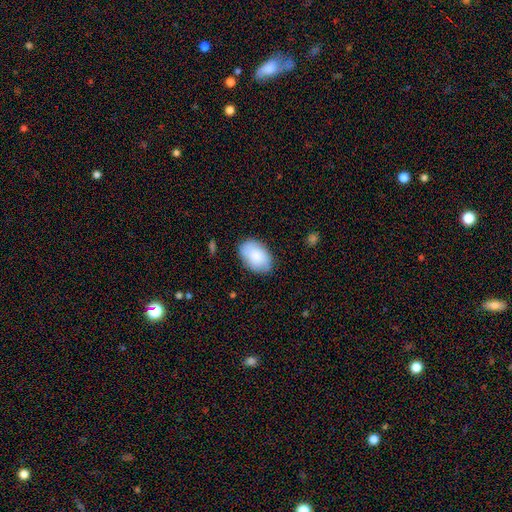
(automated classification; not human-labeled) smooth-or-featured: smooth: 82% | featured or disk: 12% | star or artifact: 6%
  how-rounded: in between: 89% | round: 10% | cigar-shaped: 1%
  merging: none: 81% | minor disturbance: 14% | major disturbance: 3% | merger: 1%